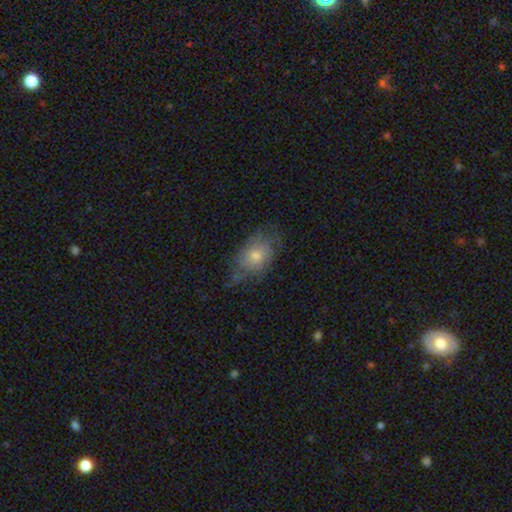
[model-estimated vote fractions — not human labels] A smooth galaxy with no disk features (60%) that is in between round and cigar-shaped (80%). Merging: none (57%).